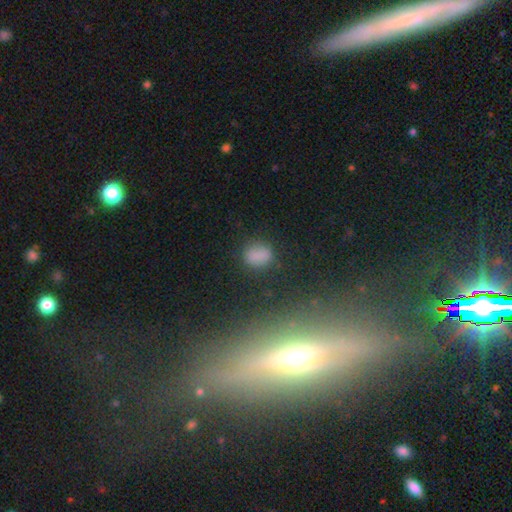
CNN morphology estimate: smooth 79%, star or artifact 14%, featured or disk 7%. Down the decision tree: how rounded — in between (50%); merging — none (76%).